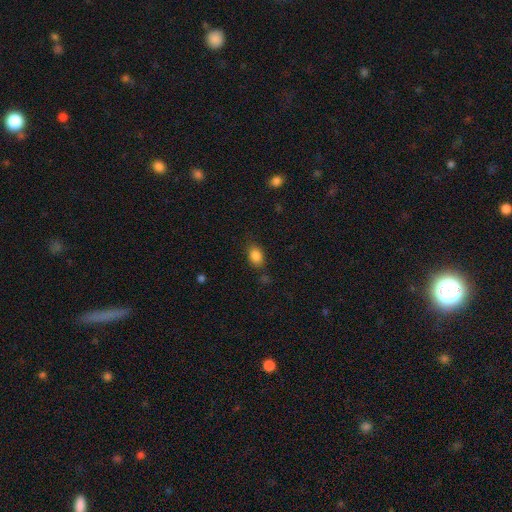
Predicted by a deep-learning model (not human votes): The model was most divided on "how rounded": in between: 73%, round: 25%, cigar-shaped: 1%. More confident: smooth or featured — smooth (85%); merging — none (79%).